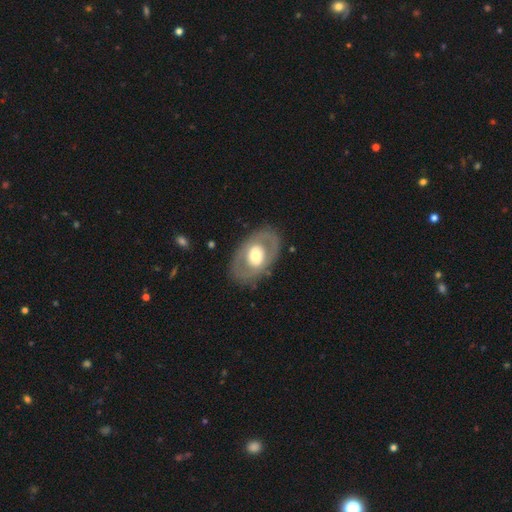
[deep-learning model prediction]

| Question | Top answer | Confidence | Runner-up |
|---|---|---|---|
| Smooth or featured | featured or disk | 56% | smooth (38%) |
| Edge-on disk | no | 91% | yes (9%) |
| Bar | no | 76% | weak (16%) |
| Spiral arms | no | 82% | yes (18%) |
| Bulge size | moderate | 55% | large (32%) |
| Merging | none | 80% | minor disturbance (12%) |